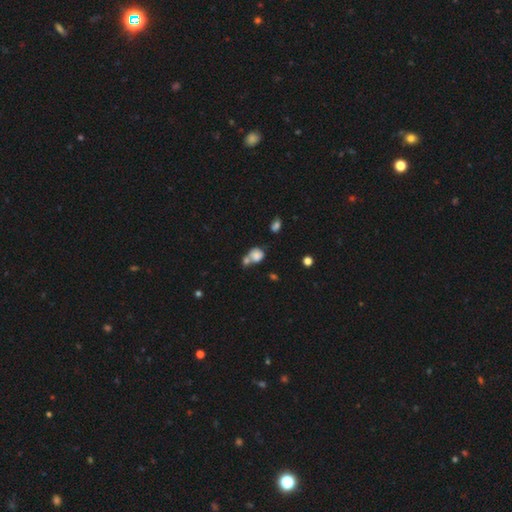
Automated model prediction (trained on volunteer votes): Overall: smooth (78%). How rounded: round (63%; in between 35%). Merging: merger (50%; none 31%).